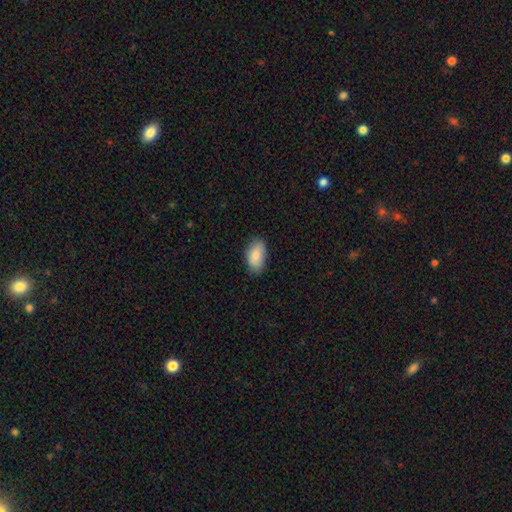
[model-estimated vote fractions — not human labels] A smooth galaxy with no disk features (86%) that is in between round and cigar-shaped (94%). Merging: none (81%).